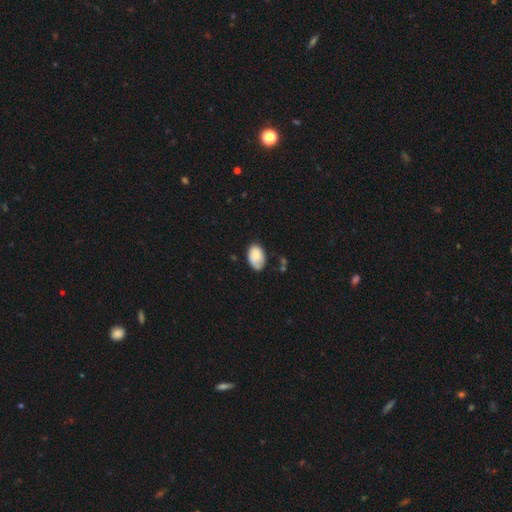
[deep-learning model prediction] smooth 80%, featured or disk 14%, star or artifact 7%. Down the decision tree: how rounded — in between (90%); merging — none (63%).